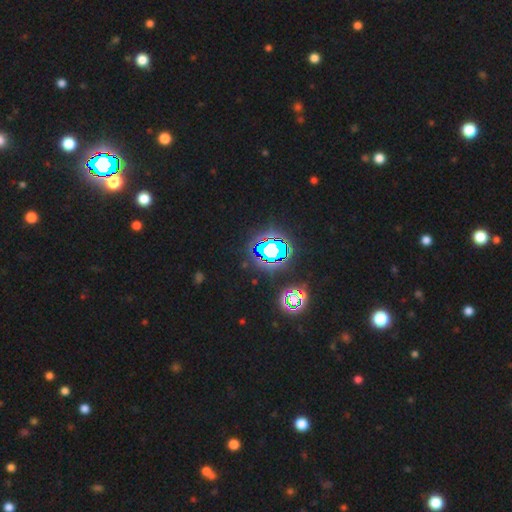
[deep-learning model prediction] Smooth or featured?
  - star or artifact: 81% *
  - smooth: 12%
  - featured or disk: 7%